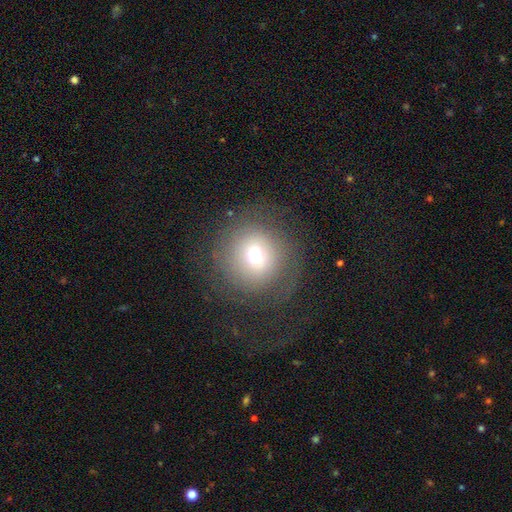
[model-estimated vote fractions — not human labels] Smooth or featured? Predicted: smooth (p=0.61). How rounded? Predicted: round (p=0.93). Merging? Predicted: none (p=0.70).